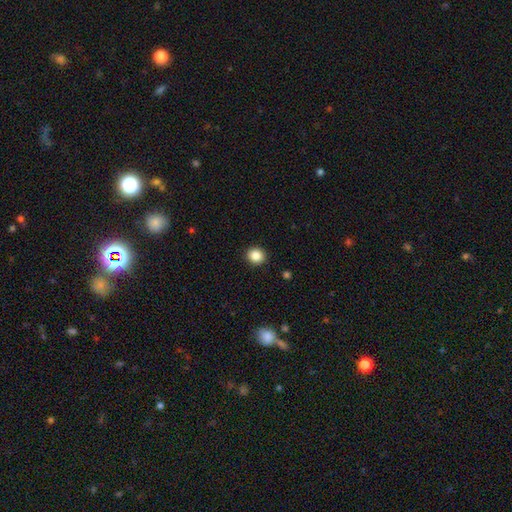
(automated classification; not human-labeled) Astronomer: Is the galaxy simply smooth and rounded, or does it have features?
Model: smooth — 87%.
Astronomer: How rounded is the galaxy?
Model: round — 85%.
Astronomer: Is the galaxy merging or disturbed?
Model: none — 92%.